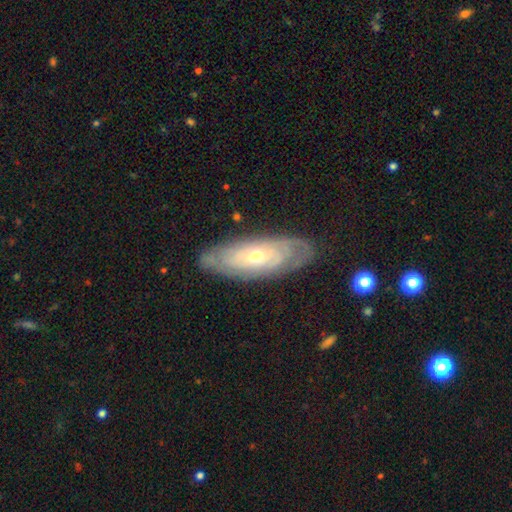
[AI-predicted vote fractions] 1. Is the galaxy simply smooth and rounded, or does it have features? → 77% featured or disk, 17% smooth, 6% star or artifact.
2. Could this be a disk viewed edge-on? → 84% no, 16% yes.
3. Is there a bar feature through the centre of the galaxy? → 77% no, 18% weak, 5% strong.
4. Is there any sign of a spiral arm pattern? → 82% yes, 18% no.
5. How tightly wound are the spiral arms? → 77% tight, 18% medium, 5% loose.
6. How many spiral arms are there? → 59% can't tell, 20% 2, 8% 3, 5% 4, 4% 1, 4% more than 4.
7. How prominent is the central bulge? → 50% moderate, 46% small, 2% large, 1% none, 1% dominant.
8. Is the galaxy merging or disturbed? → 80% none, 15% minor disturbance, 4% major disturbance, 1% merger.